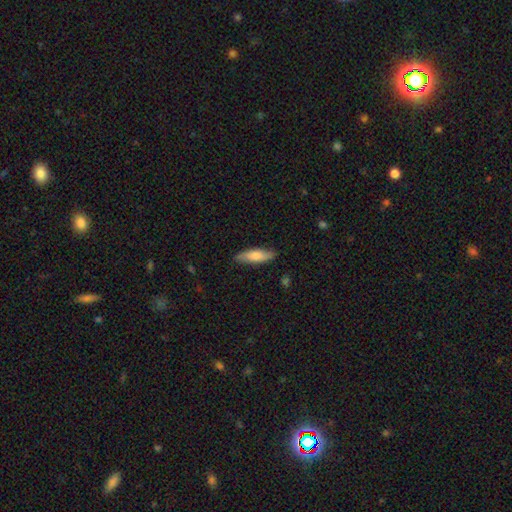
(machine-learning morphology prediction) Q: Smooth or featured?
A: smooth (72%); runner-up: featured or disk (23%)
Q: How rounded?
A: cigar-shaped (60%); runner-up: in between (38%)
Q: Merging?
A: none (85%); runner-up: minor disturbance (11%)